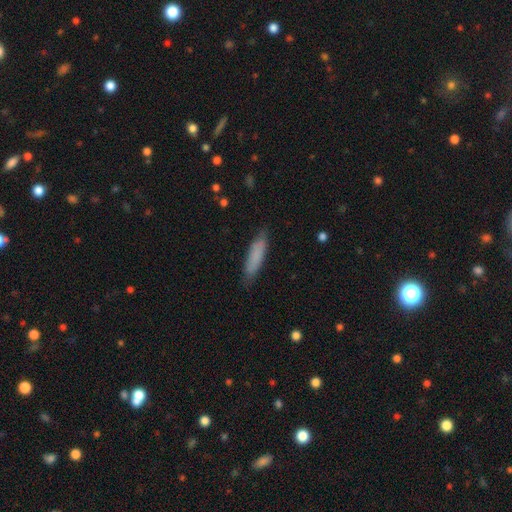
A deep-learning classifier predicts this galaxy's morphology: type=smooth (82%); roundness=cigar-shaped (76%); merging=none (84%).